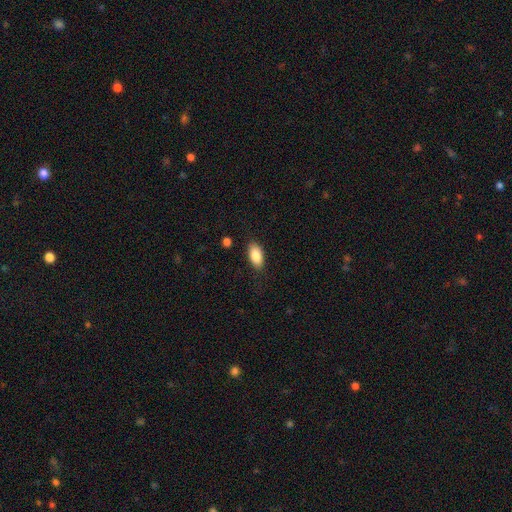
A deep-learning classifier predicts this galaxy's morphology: A smooth galaxy with no disk features (86%) that is in between round and cigar-shaped (91%). Merging: none (86%).